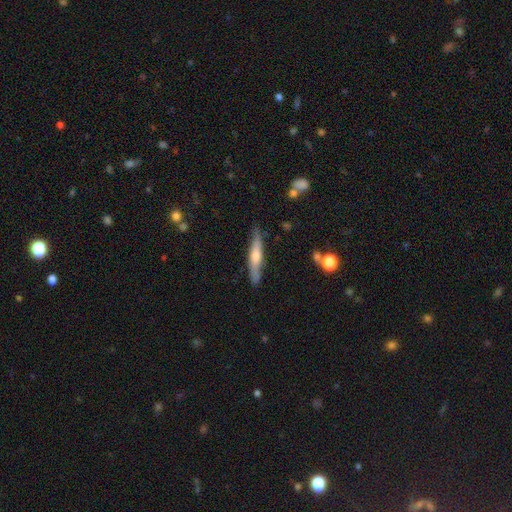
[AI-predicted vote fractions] Morphology: type=featured or disk (48%); merging=none (84%).